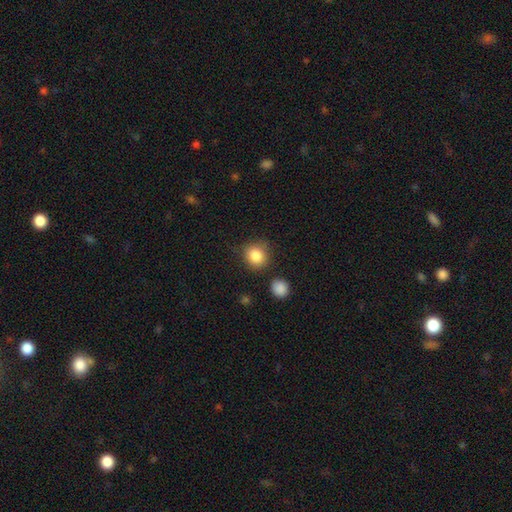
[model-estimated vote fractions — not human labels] Smooth or featured?
  - smooth: 85% *
  - star or artifact: 10%
  - featured or disk: 5%
How rounded?
  - round: 86% *
  - in between: 13%
  - cigar-shaped: 1%
Merging?
  - none: 78% *
  - minor disturbance: 14%
  - merger: 4%
  - major disturbance: 4%